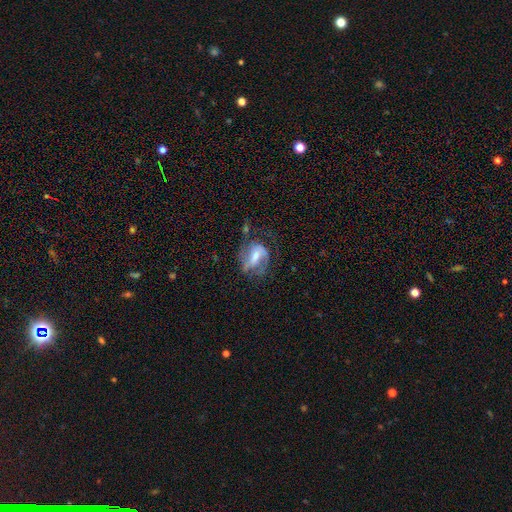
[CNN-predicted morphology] Smooth or featured? Predicted: featured or disk (p=0.68). Edge-on disk? Predicted: no (p=0.96). Bar? Predicted: weak (p=0.42). Spiral arms? Predicted: yes (p=0.79). Spiral winding? Predicted: medium (p=0.46). Spiral arm count? Predicted: 2 (p=0.58). Bulge size? Predicted: moderate (p=0.48). Merging? Predicted: none (p=0.43).